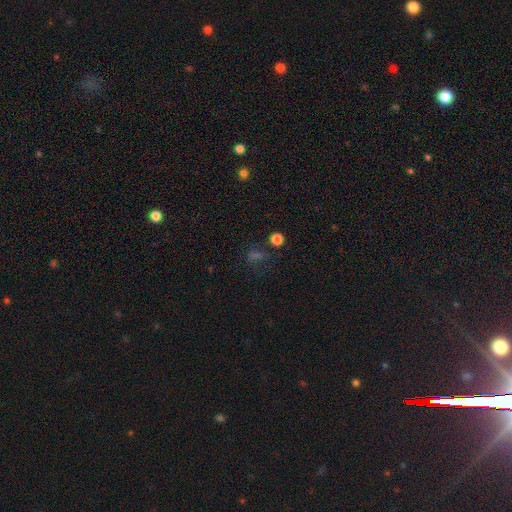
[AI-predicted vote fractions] A smooth galaxy with no disk features (45%).

Vote fractions:
- Smooth or featured? smooth: 45% / star or artifact: 41% / featured or disk: 14%
- Merging? none: 65% / minor disturbance: 17% / major disturbance: 13% / merger: 6%